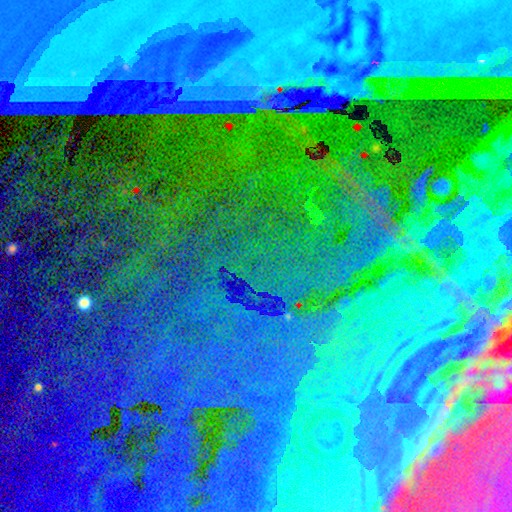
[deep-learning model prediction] Morphology: type=star or artifact (85%).